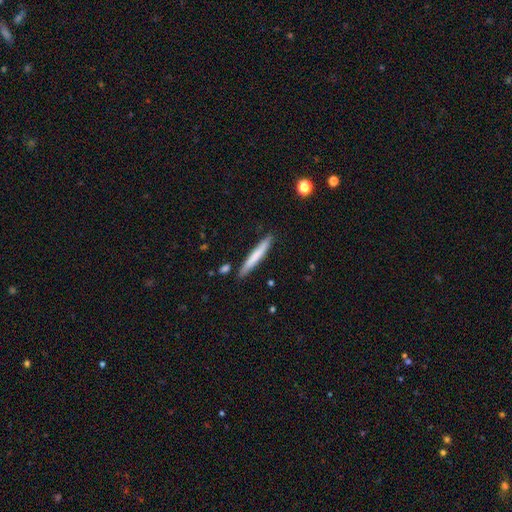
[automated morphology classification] smooth_or_featured: smooth (p=0.70) [alt: featured or disk p=0.25]
how_rounded: cigar-shaped (p=0.95) [alt: in between p=0.03]
merging: none (p=0.87) [alt: minor disturbance p=0.09]